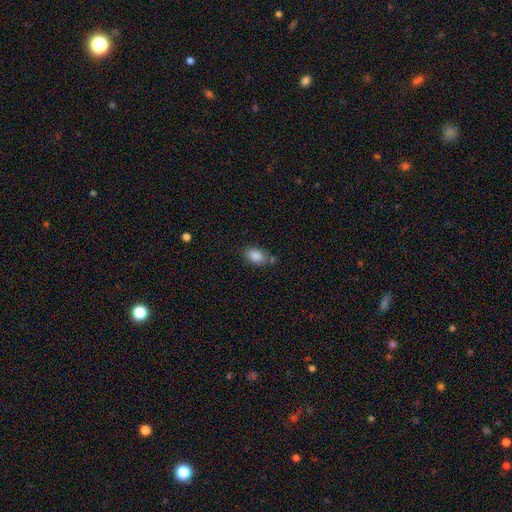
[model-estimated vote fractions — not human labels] A smooth galaxy with no disk features (86%) that is in between round and cigar-shaped (86%).

Vote fractions:
- Smooth or featured? smooth: 86% / star or artifact: 8% / featured or disk: 6%
- How rounded? in between: 86% / round: 12% / cigar-shaped: 2%
- Merging? none: 66% / minor disturbance: 19% / merger: 11% / major disturbance: 5%